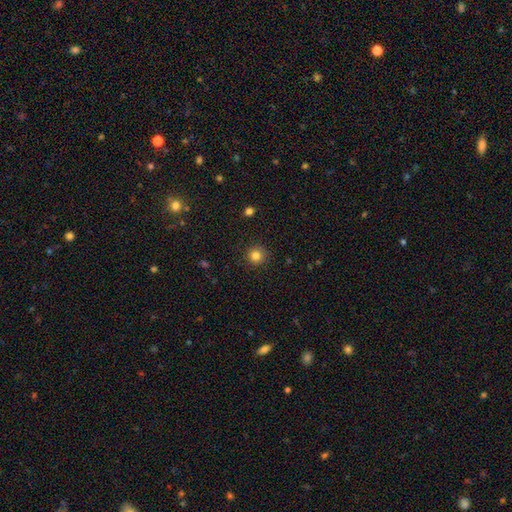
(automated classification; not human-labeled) Morphology: type=smooth (83%); roundness=round (94%); merging=none (91%).